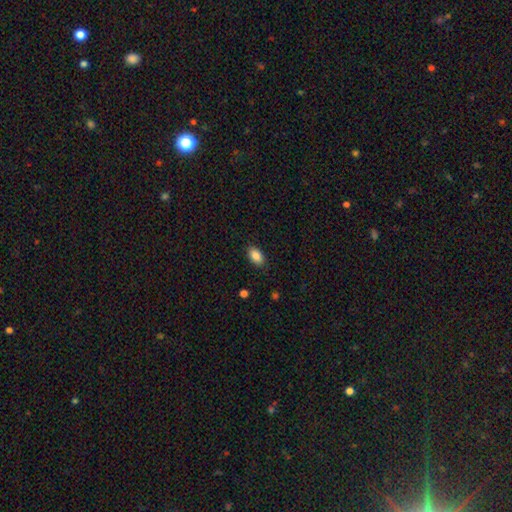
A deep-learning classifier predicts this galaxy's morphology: This is clearly a smooth galaxy (88%). How rounded: clearly in between (92%). Merging: clearly none (86%).